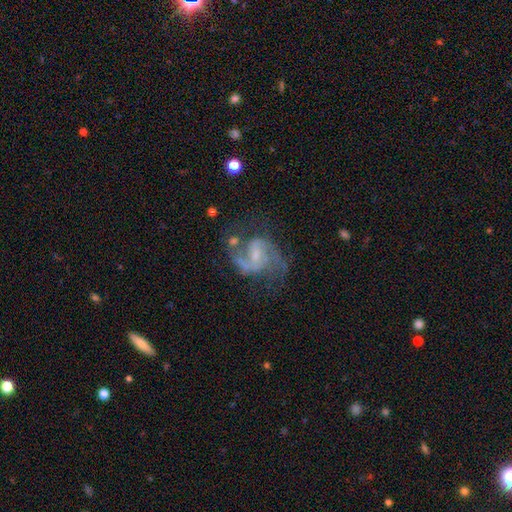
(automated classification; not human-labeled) Overall: featured or disk (86%). Edge-on disk: no (98%). Bar: weak (54%; no 30%). Spiral arms: yes (94%). Spiral arm count: 2 (80%). Spiral winding: medium (55%; loose 30%). Bulge size: small (55%; moderate 23%). Merging: none (54%; major disturbance 21%).